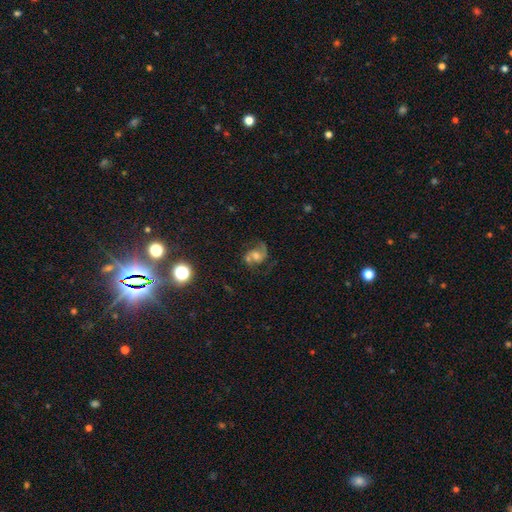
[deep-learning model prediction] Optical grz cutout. It shows a featured or disk galaxy (69%) with no bar (55%), 2 (83%) medium (48%) spiral arms (90%) and a moderate central bulge (54%). Merging: none (50%).